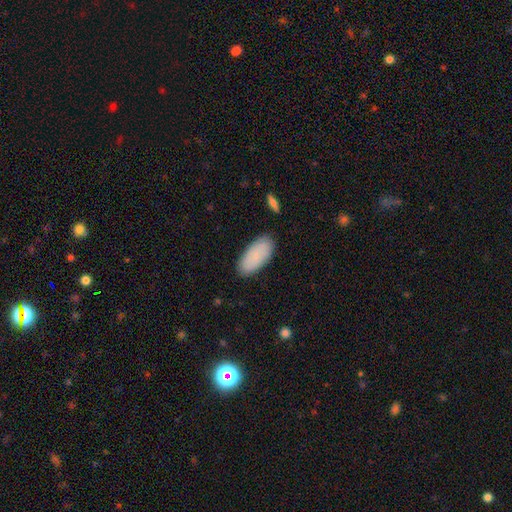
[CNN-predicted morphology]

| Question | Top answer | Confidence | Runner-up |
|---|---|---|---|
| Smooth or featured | smooth | 82% | featured or disk (12%) |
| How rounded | in between | 91% | cigar-shaped (7%) |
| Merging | none | 85% | minor disturbance (11%) |